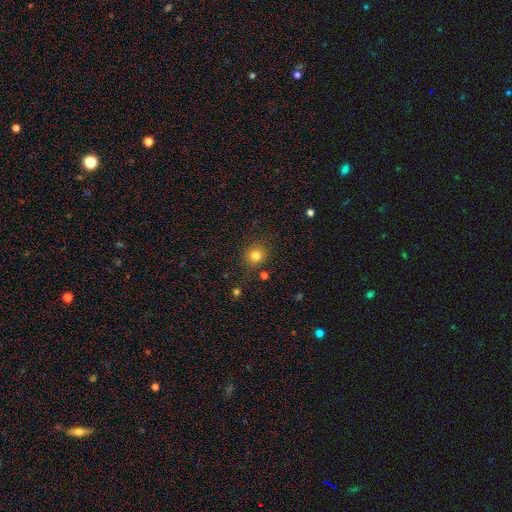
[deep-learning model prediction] Smooth or featured: smooth — 81% (star or artifact — 13%)
How rounded: round — 86% (in between — 13%)
Merging: none — 84% (minor disturbance — 10%)